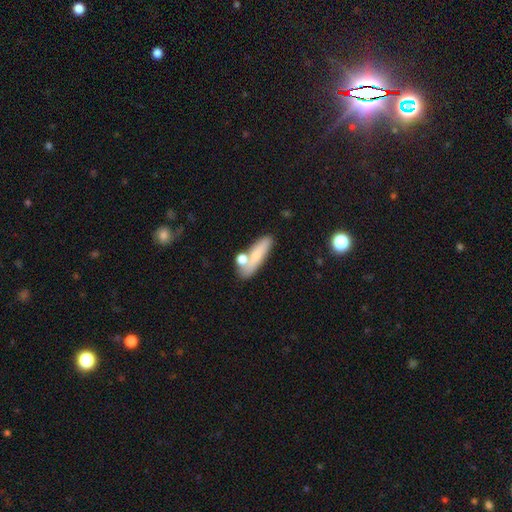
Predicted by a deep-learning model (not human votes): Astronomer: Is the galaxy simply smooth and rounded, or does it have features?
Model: smooth — 67%.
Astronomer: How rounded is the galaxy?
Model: cigar-shaped — 54% (runner-up: in between, 40%).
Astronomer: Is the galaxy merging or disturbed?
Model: none — 60%.